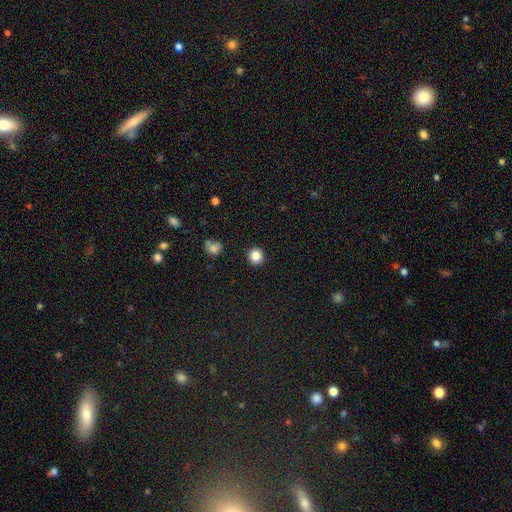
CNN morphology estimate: smooth_or_featured: smooth (p=0.85) [alt: star or artifact p=0.11]
how_rounded: round (p=0.92) [alt: in between p=0.07]
merging: none (p=0.92) [alt: minor disturbance p=0.05]